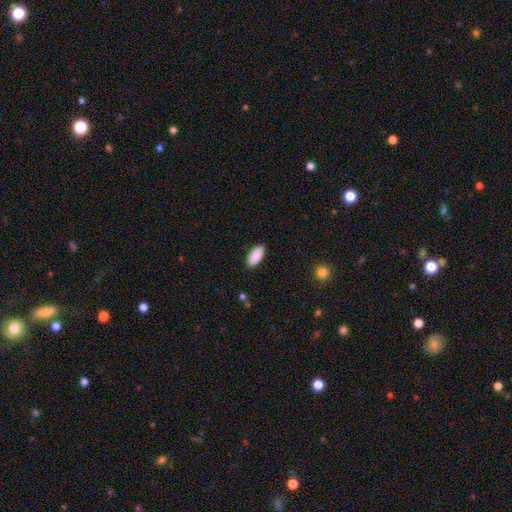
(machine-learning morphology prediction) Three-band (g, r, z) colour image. It shows a smooth galaxy with no disk features (91%) that is in between round and cigar-shaped (89%). Merging: none (89%).